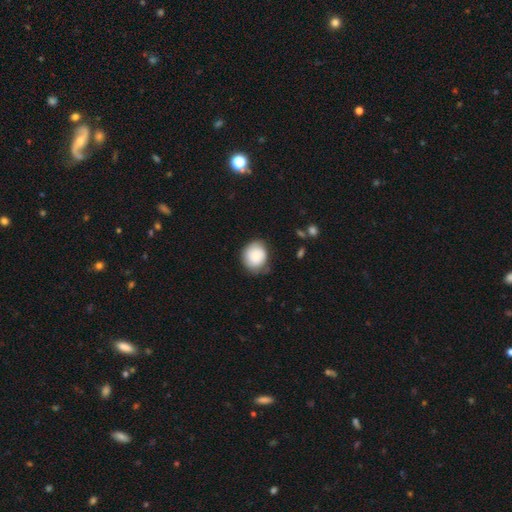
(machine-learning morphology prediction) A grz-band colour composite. It shows a smooth galaxy with no disk features (83%) that is round (73%). Merging: none (70%).